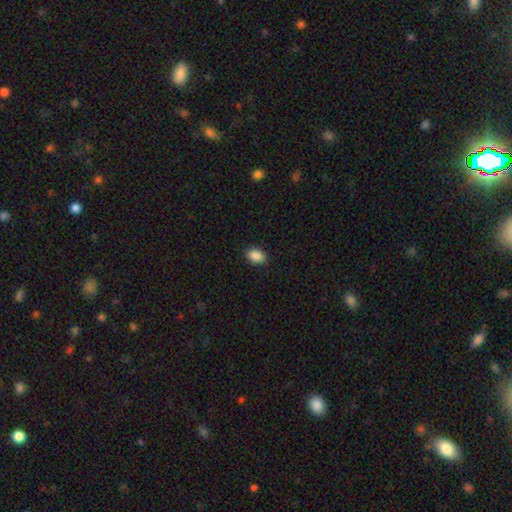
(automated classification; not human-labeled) Overall: smooth (89%). How rounded: in between (84%). Merging: none (89%).